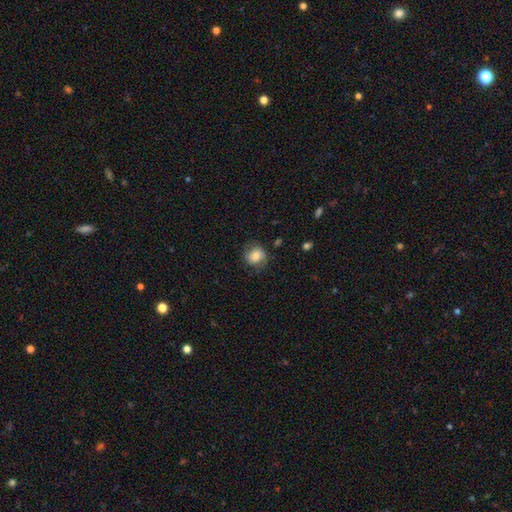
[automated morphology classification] Q: Smooth or featured?
A: smooth (68%); runner-up: featured or disk (24%)
Q: How rounded?
A: round (73%); runner-up: in between (26%)
Q: Merging?
A: none (72%); runner-up: minor disturbance (19%)